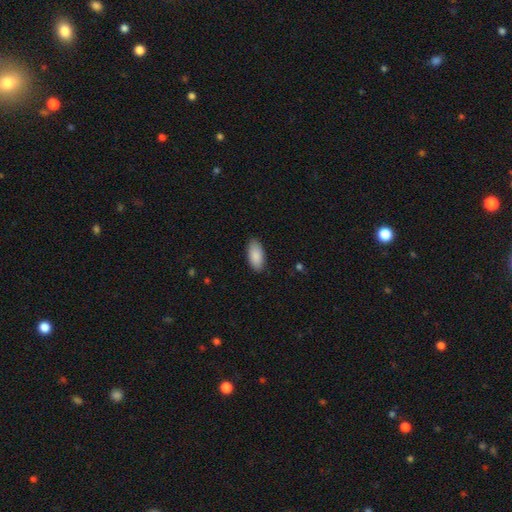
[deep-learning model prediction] This is clearly a smooth galaxy (90%). How rounded: clearly in between (92%). Merging: clearly none (87%).